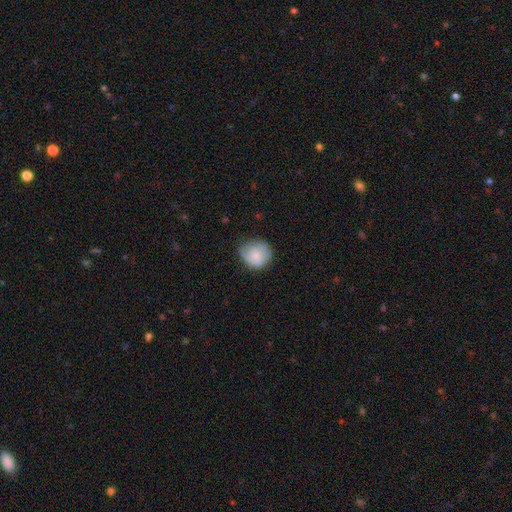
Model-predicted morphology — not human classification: Smooth or featured? Predicted: smooth (p=0.65). How rounded? Predicted: round (p=0.83). Merging? Predicted: none (p=0.65).